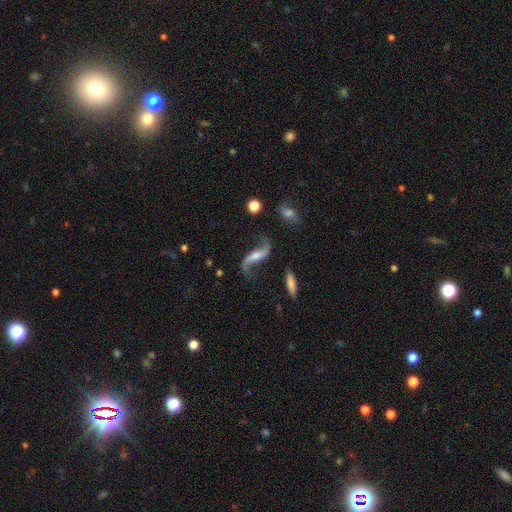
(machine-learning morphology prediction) smooth-or-featured: featured or disk: 87% | smooth: 7% | star or artifact: 6%
  disk-edge-on: no: 92% | yes: 8%
    bar: no: 39% | weak: 33% | strong: 28%
    has-spiral-arms: yes: 96% | no: 4%
      spiral-winding: loose: 91% | medium: 7% | tight: 2%
      spiral-arm-count: 2: 93% | 1: 2% | can't tell: 1% | 3: 1% | 4: 1% | more than 4: 1%
    bulge-size: small: 43% | moderate: 39% | none: 10% | large: 6% | dominant: 2%
  merging: none: 75% | minor disturbance: 14% | major disturbance: 8% | merger: 4%